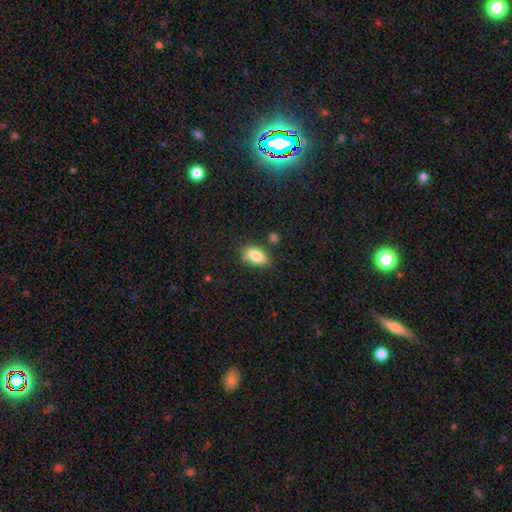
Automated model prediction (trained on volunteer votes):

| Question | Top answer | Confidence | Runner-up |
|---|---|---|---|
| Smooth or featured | smooth | 81% | featured or disk (11%) |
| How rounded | in between | 87% | round (7%) |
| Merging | none | 73% | minor disturbance (17%) |